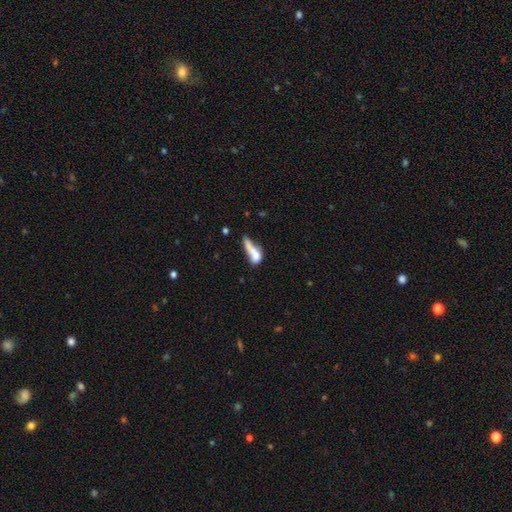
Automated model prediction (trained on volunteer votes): Smooth or featured? Predicted: smooth (p=0.60). How rounded? Predicted: in between (p=0.47). Merging? Predicted: merger (p=0.37).